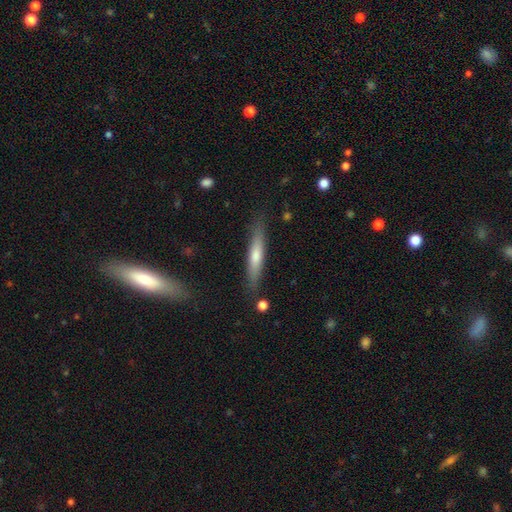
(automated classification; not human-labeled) smooth_or_featured: smooth (p=0.55) [alt: featured or disk p=0.39]
how_rounded: cigar-shaped (p=0.90) [alt: in between p=0.09]
merging: none (p=0.85) [alt: minor disturbance p=0.11]